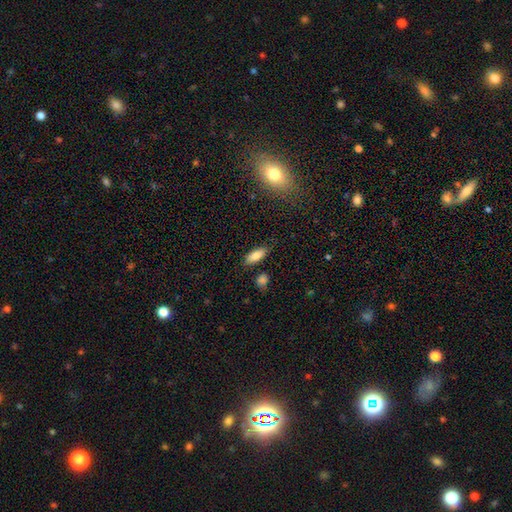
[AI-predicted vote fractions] Smooth or featured? smooth (82%)
How rounded? in between (76%)
Merging? none (82%)